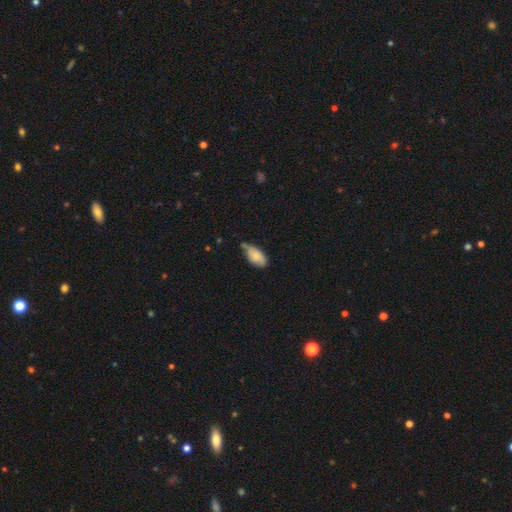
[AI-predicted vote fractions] The model was most divided on "merging" (2-way tie): none: 43%, minor disturbance: 43%, major disturbance: 9%, merger: 5%. More confident: how rounded — in between (93%); smooth or featured — smooth (77%).